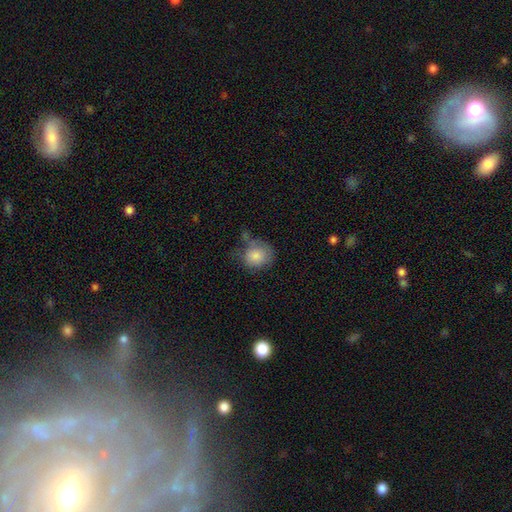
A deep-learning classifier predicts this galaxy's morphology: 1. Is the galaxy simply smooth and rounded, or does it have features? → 83% smooth, 10% featured or disk, 7% star or artifact.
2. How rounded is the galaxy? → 75% round, 24% in between, 1% cigar-shaped.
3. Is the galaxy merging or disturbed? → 47% none, 28% minor disturbance, 14% major disturbance, 10% merger.